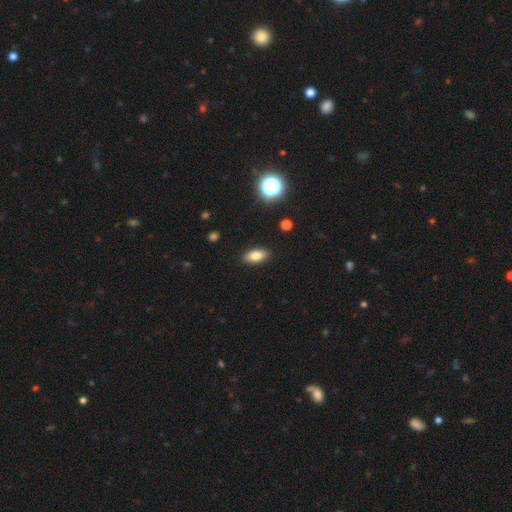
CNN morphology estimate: Q: Smooth or featured?
A: smooth (80%); runner-up: featured or disk (10%)
Q: How rounded?
A: in between (87%); runner-up: cigar-shaped (8%)
Q: Merging?
A: none (89%); runner-up: minor disturbance (8%)